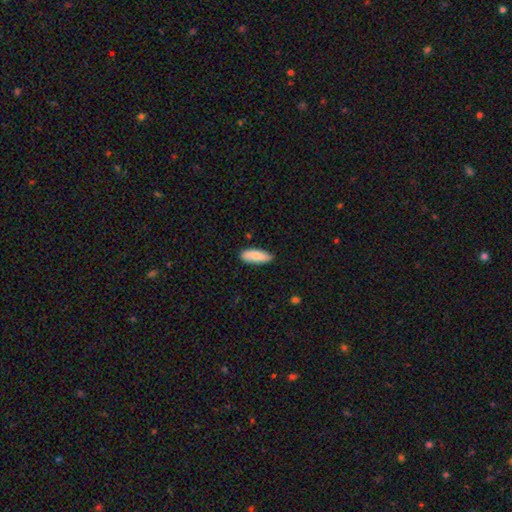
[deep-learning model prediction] smooth 83%, featured or disk 11%, star or artifact 6%. Down the decision tree: how rounded — in between (72%); merging — none (84%).